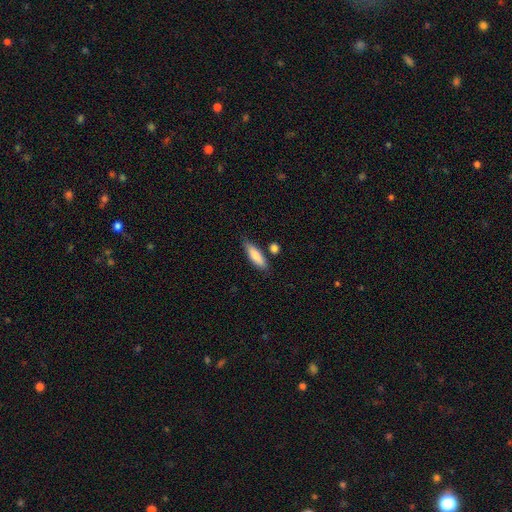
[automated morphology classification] smooth 82%, featured or disk 12%, star or artifact 6%. Down the decision tree: how rounded — cigar-shaped (52%); merging — none (75%).